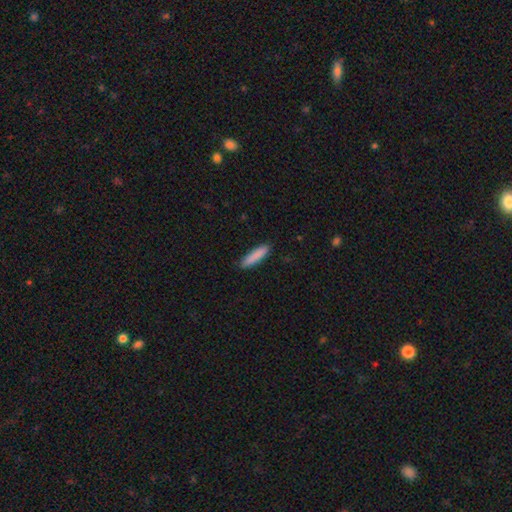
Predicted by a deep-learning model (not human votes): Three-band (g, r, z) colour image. It shows a smooth galaxy with no disk features (87%) that is cigar-shaped (80%). Merging: none (88%).